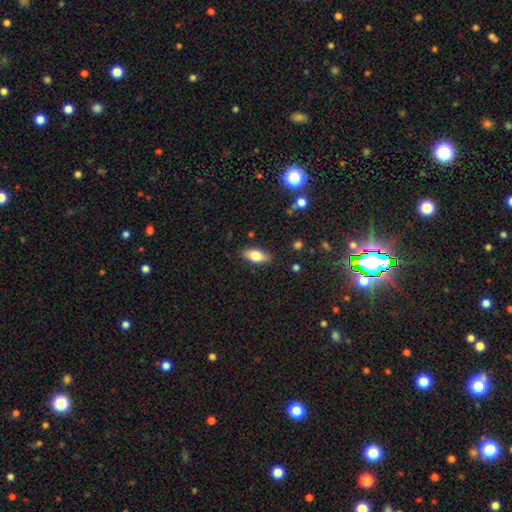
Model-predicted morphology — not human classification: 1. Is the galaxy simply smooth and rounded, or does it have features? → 76% smooth, 16% featured or disk, 8% star or artifact.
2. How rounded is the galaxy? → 85% in between, 12% cigar-shaped, 3% round.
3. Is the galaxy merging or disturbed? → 85% none, 11% minor disturbance, 2% major disturbance, 1% merger.